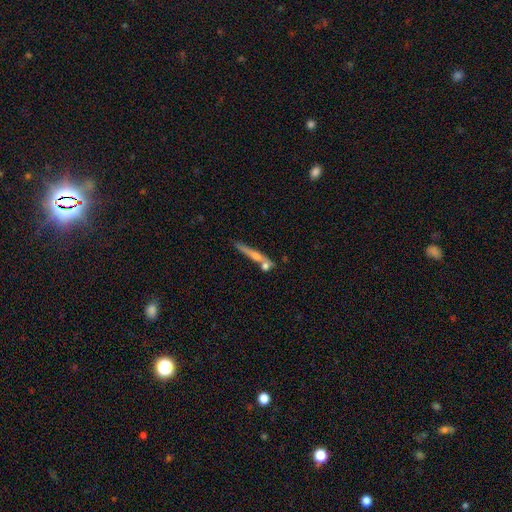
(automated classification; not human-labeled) Smooth or featured?
  - featured or disk: 50% *
  - smooth: 41%
  - star or artifact: 9%
Merging?
  - none: 61% *
  - merger: 20%
  - minor disturbance: 14%
  - major disturbance: 5%